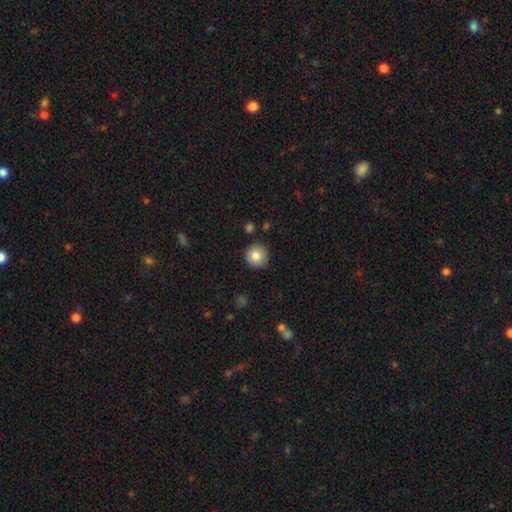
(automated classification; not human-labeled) Smooth or featured?
  - smooth: 82% *
  - featured or disk: 9%
  - star or artifact: 9%
How rounded?
  - round: 95% *
  - in between: 4%
  - cigar-shaped: 1%
Merging?
  - none: 89% *
  - minor disturbance: 8%
  - major disturbance: 2%
  - merger: 2%